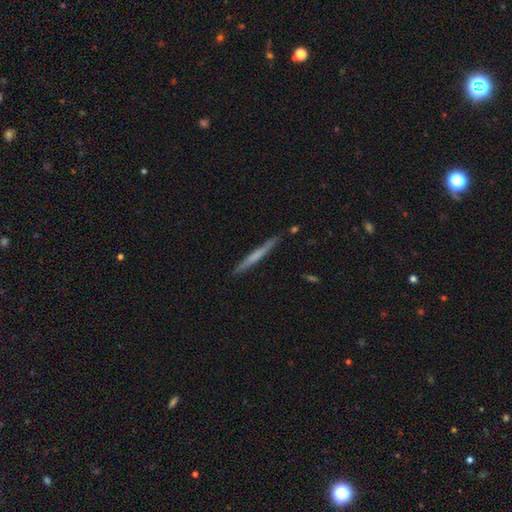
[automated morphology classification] The model was most divided on "smooth or featured": smooth: 49%, featured or disk: 45%, star or artifact: 5%. More confident: merging — none (90%).